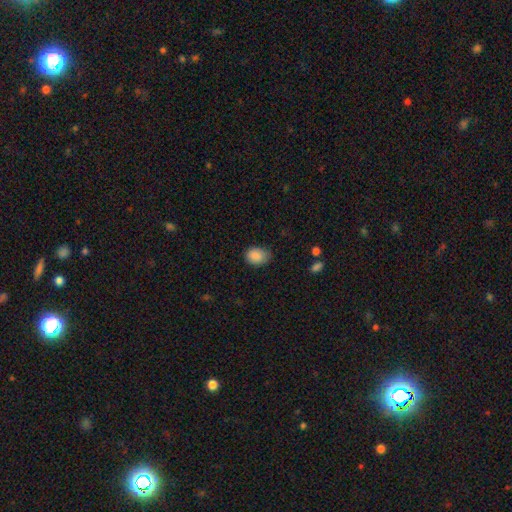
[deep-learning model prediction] Smooth or featured: smooth — 88% (star or artifact — 8%)
How rounded: in between — 66% (round — 33%)
Merging: none — 69% (minor disturbance — 25%)